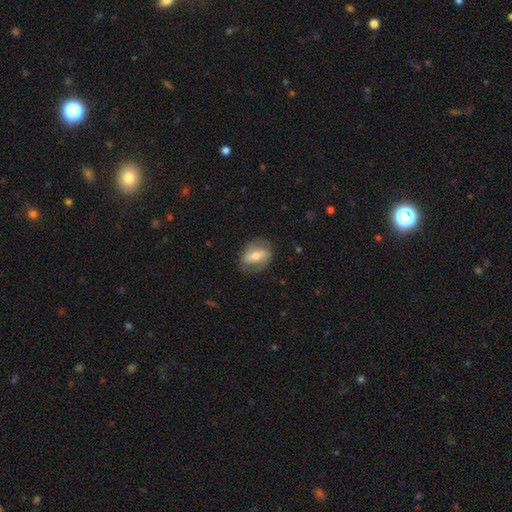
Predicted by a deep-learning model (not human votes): A featured or disk galaxy (53%).

Vote fractions:
- Smooth or featured? featured or disk: 53% / smooth: 41% / star or artifact: 6%
- Edge-on disk? no: 90% / yes: 10%
- Merging? none: 77% / minor disturbance: 16% / major disturbance: 6% / merger: 1%